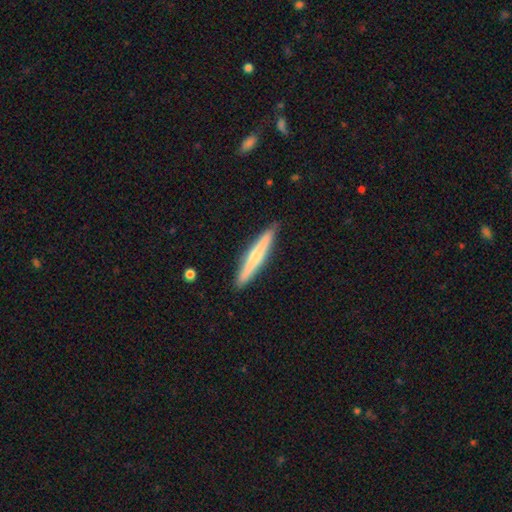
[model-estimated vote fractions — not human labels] Smooth or featured?
  - smooth: 50% *
  - featured or disk: 45%
  - star or artifact: 5%
Merging?
  - none: 90% *
  - minor disturbance: 7%
  - major disturbance: 1%
  - merger: 1%